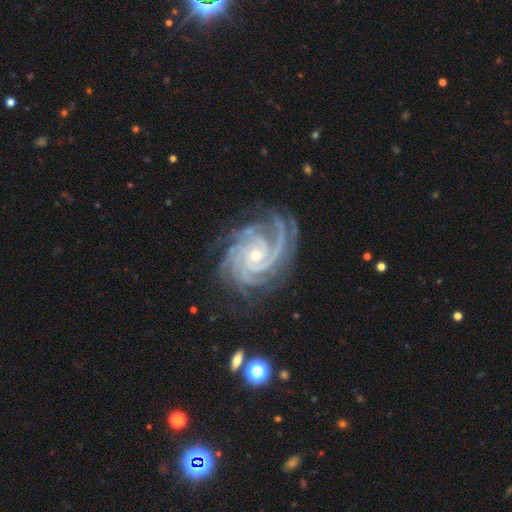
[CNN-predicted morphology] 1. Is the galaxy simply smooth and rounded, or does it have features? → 93% featured or disk, 5% star or artifact, 3% smooth.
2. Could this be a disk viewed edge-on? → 98% no, 2% yes.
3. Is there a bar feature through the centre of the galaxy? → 67% no, 22% weak, 10% strong.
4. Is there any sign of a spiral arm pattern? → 99% yes, 1% no.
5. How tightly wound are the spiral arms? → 76% tight, 21% medium, 2% loose.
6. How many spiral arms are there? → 35% 4, 21% 3, 17% more than 4, 10% can't tell, 9% 2, 7% 1.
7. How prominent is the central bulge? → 66% small, 31% moderate, 1% large, 1% none, 1% dominant.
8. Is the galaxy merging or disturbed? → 74% none, 18% minor disturbance, 6% major disturbance, 2% merger.